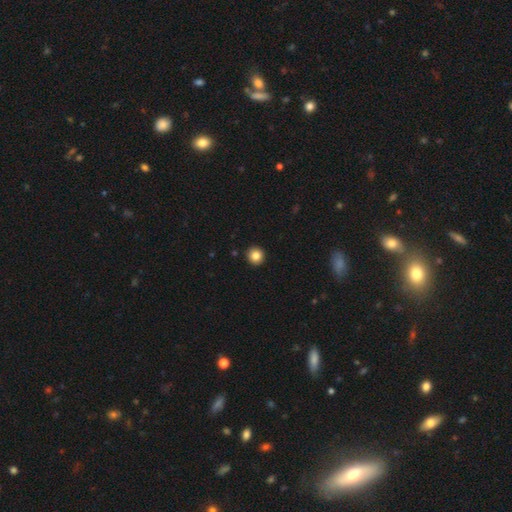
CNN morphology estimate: smooth 85%, star or artifact 10%, featured or disk 5%. Down the decision tree: how rounded — round (93%); merging — none (93%).